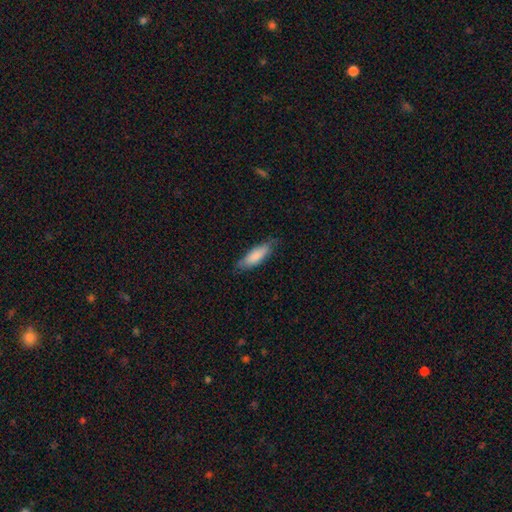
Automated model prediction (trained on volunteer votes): Smooth or featured? smooth (82%)
How rounded? in between (50%)
Merging? none (75%)